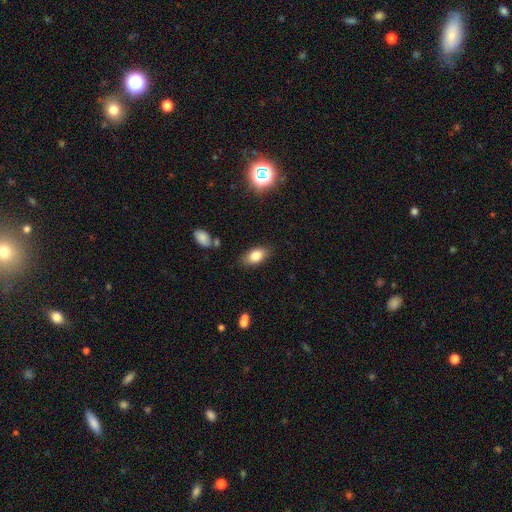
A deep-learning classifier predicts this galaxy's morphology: Smooth or featured: smooth — 82% (featured or disk — 10%)
How rounded: in between — 90% (round — 6%)
Merging: none — 83% (minor disturbance — 12%)